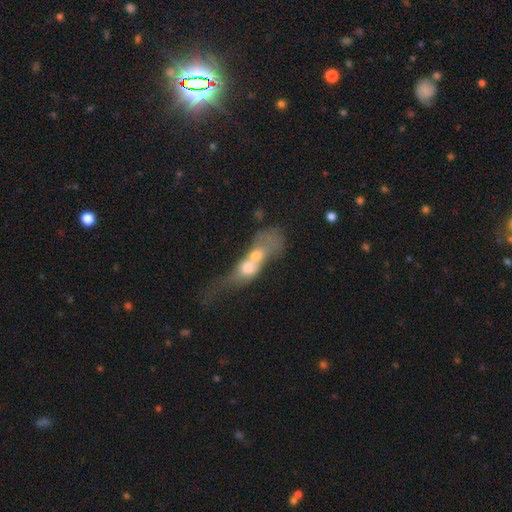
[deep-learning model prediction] smooth_or_featured: smooth (p=0.53) [alt: featured or disk p=0.38]
how_rounded: in between (p=0.53) [alt: round p=0.24]
merging: merger (p=0.77) [alt: major disturbance p=0.11]